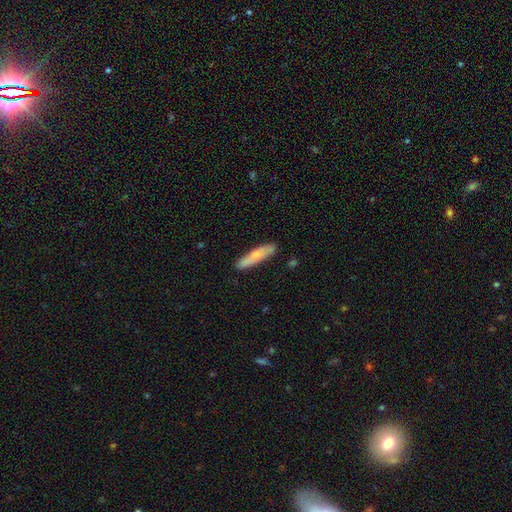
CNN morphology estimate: This appears to be a smooth galaxy with no disk features (67%) that is cigar-shaped (83%). Merging: none (84%).